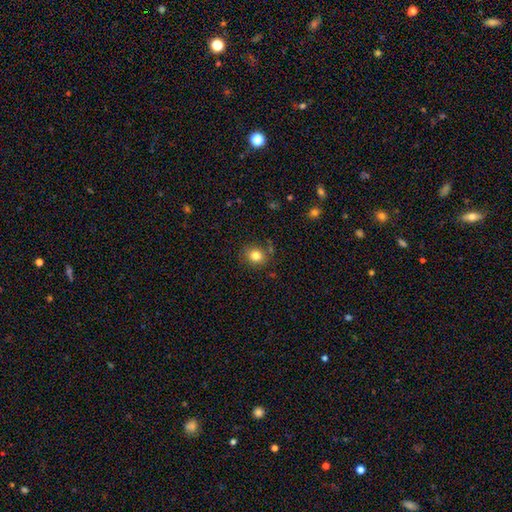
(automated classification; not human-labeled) smooth-or-featured: smooth: 82% | star or artifact: 11% | featured or disk: 7%
  how-rounded: round: 68% | in between: 31% | cigar-shaped: 1%
  merging: none: 80% | minor disturbance: 13% | merger: 4% | major disturbance: 3%